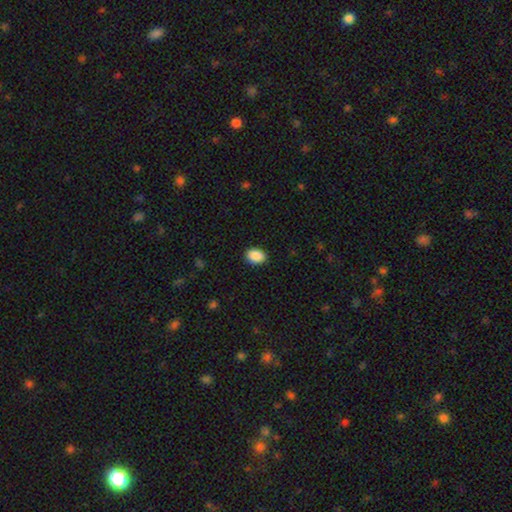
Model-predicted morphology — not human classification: type=smooth (90%); roundness=in between (75%); merging=none (90%).